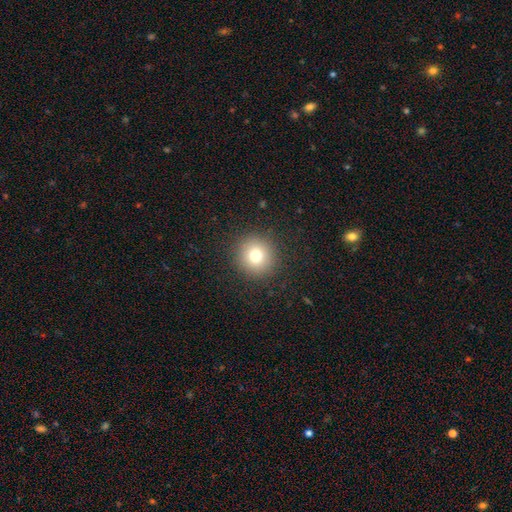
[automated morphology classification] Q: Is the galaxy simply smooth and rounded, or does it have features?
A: smooth — 78%.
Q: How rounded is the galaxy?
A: round — 93%.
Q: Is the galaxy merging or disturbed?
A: none — 90%.